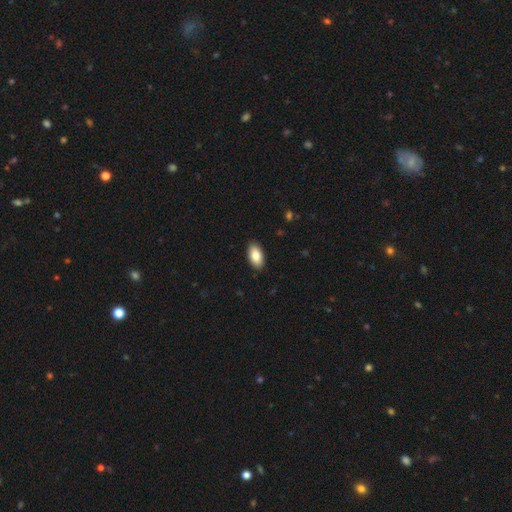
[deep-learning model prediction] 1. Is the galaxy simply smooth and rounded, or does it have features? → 85% smooth, 9% featured or disk, 6% star or artifact.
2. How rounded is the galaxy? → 94% in between, 3% cigar-shaped, 3% round.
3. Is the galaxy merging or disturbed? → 89% none, 8% minor disturbance, 2% major disturbance, 1% merger.